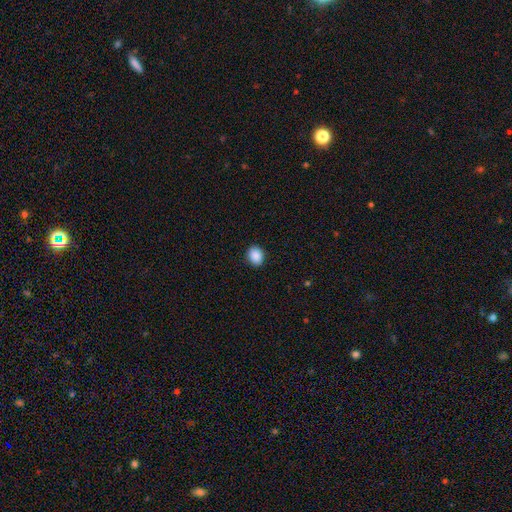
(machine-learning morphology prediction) smooth-or-featured: smooth: 89% | star or artifact: 8% | featured or disk: 3%
  how-rounded: round: 55% | in between: 44% | cigar-shaped: 1%
  merging: none: 91% | minor disturbance: 7% | major disturbance: 2% | merger: 1%